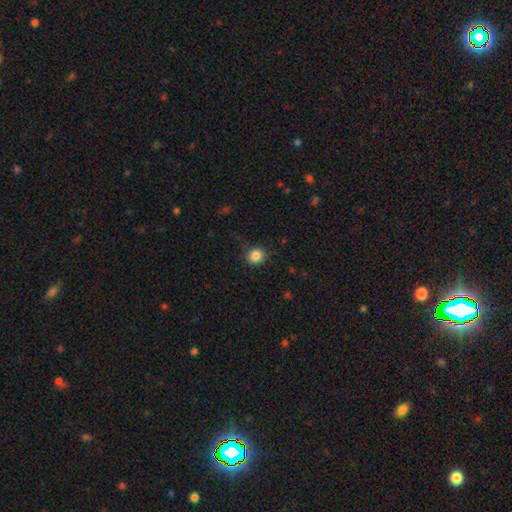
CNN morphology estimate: Smooth or featured?
  - smooth: 85% *
  - star or artifact: 11%
  - featured or disk: 4%
How rounded?
  - round: 87% *
  - in between: 12%
  - cigar-shaped: 1%
Merging?
  - none: 87% *
  - minor disturbance: 10%
  - major disturbance: 3%
  - merger: 1%